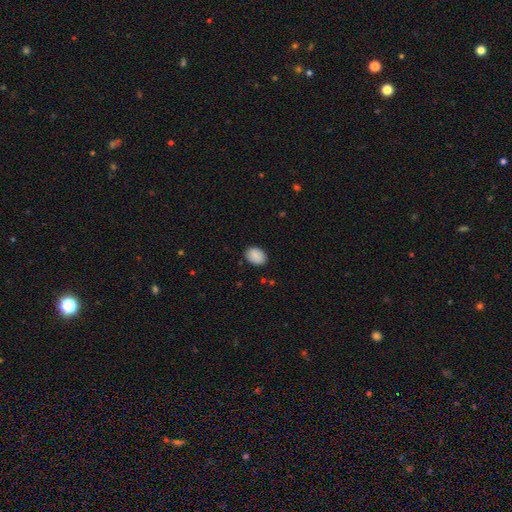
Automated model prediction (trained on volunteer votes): This is clearly a smooth galaxy (89%). How rounded: likely in between (76%). Merging: clearly none (86%).